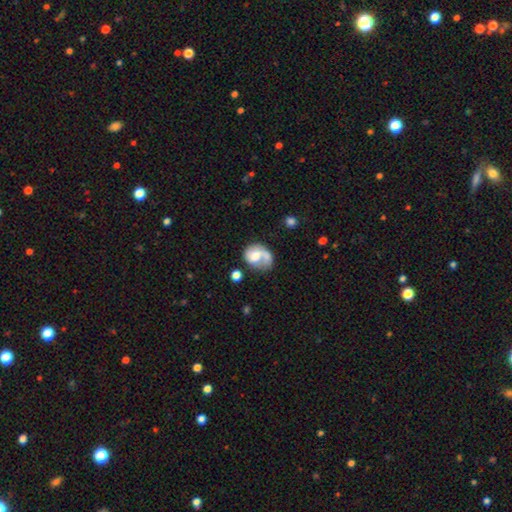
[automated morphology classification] A featured or disk galaxy (47%). Merging: none (35%).